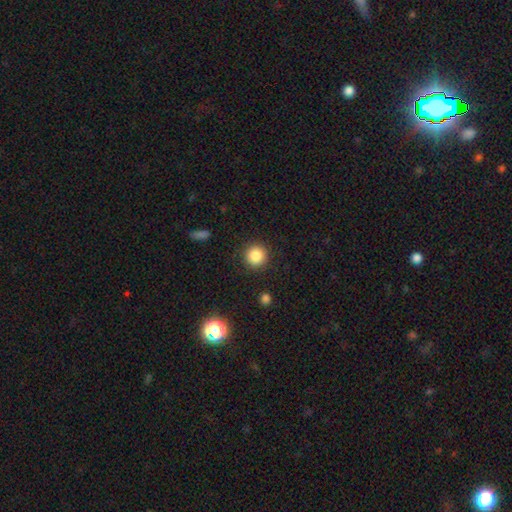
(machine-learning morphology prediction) This is clearly a smooth galaxy (85%). How rounded: clearly round (94%). Merging: clearly none (90%).